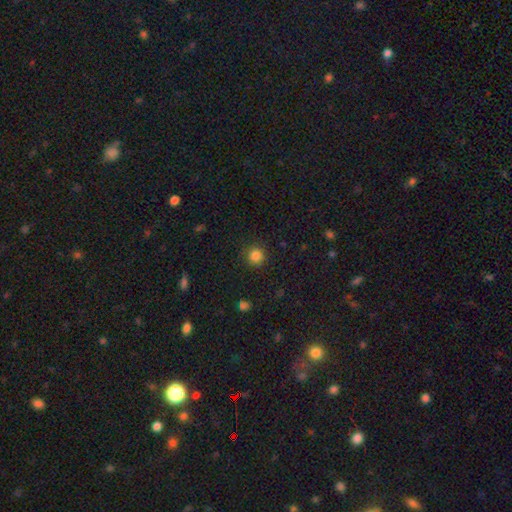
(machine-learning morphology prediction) This appears to be a smooth galaxy with no disk features (83%) that is round (94%). Merging: none (90%).